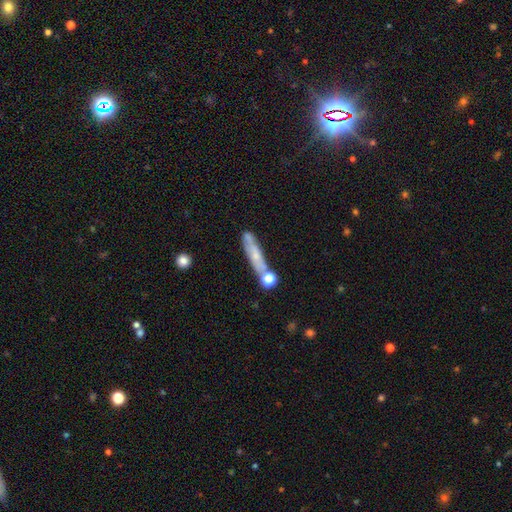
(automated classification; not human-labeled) smooth 52%, featured or disk 39%, star or artifact 9%. Down the decision tree: how rounded — cigar-shaped (80%); merging — none (61%).